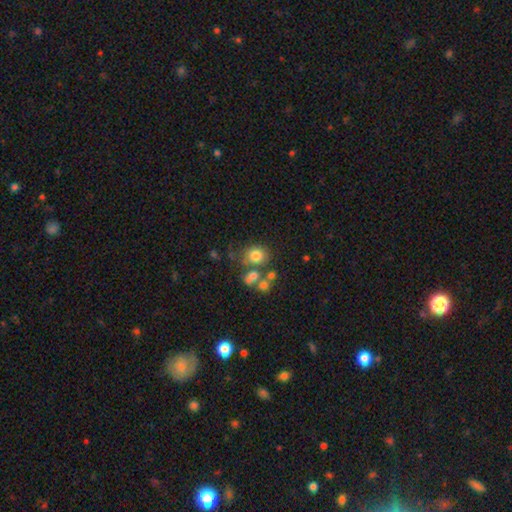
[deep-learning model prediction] Q: Smooth or featured?
A: smooth (75%); runner-up: star or artifact (13%)
Q: How rounded?
A: round (70%); runner-up: in between (29%)
Q: Merging?
A: none (57%); runner-up: merger (23%)